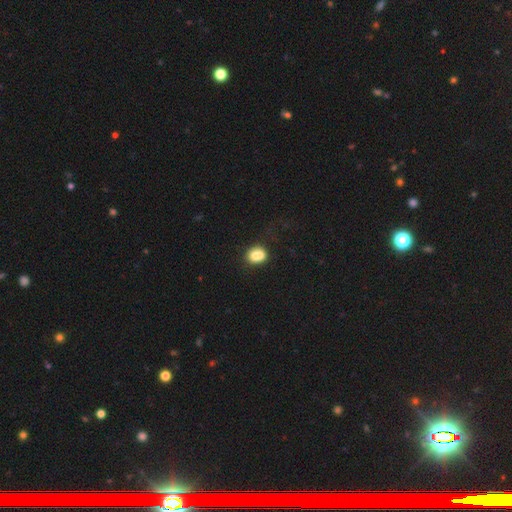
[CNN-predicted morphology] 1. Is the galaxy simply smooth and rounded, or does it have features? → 81% smooth, 10% star or artifact, 9% featured or disk.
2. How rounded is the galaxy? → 51% in between, 47% round, 1% cigar-shaped.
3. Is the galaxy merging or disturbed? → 59% none, 19% minor disturbance, 16% merger, 6% major disturbance.